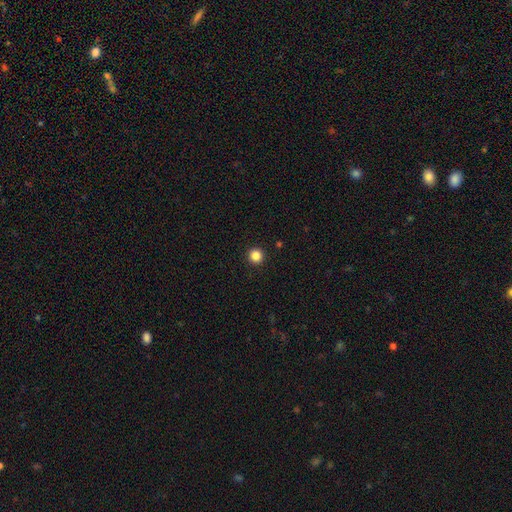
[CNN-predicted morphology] smooth_or_featured: smooth (p=0.85) [alt: star or artifact p=0.12]
how_rounded: round (p=0.96) [alt: in between p=0.03]
merging: none (p=0.94) [alt: minor disturbance p=0.04]